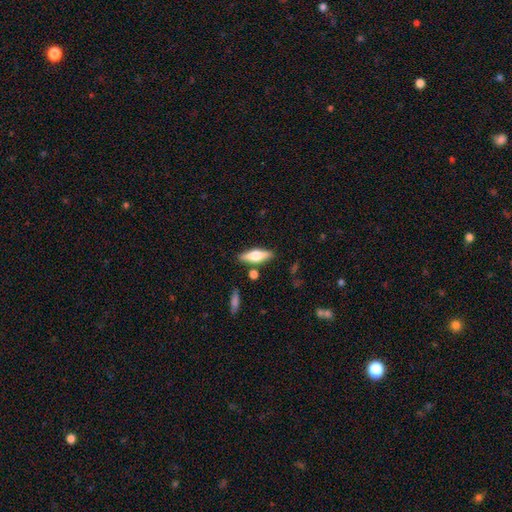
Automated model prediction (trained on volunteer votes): smooth_or_featured: smooth (p=0.50) [alt: featured or disk p=0.43]
how_rounded: in between (p=0.51) [alt: cigar-shaped p=0.47]
merging: none (p=0.82) [alt: minor disturbance p=0.10]